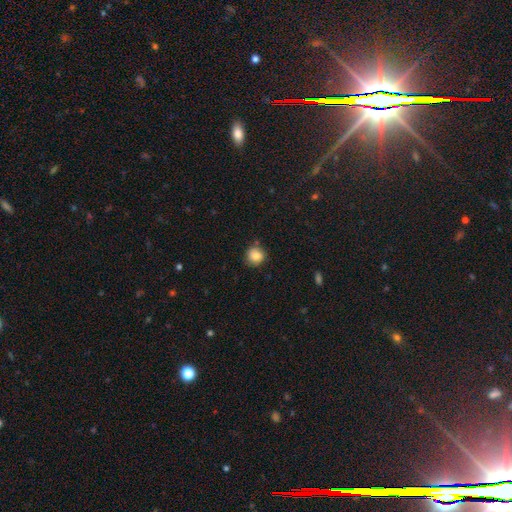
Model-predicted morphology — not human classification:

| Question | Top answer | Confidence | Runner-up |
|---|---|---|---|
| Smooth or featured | smooth | 84% | star or artifact (10%) |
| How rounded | round | 88% | in between (11%) |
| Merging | none | 76% | minor disturbance (16%) |